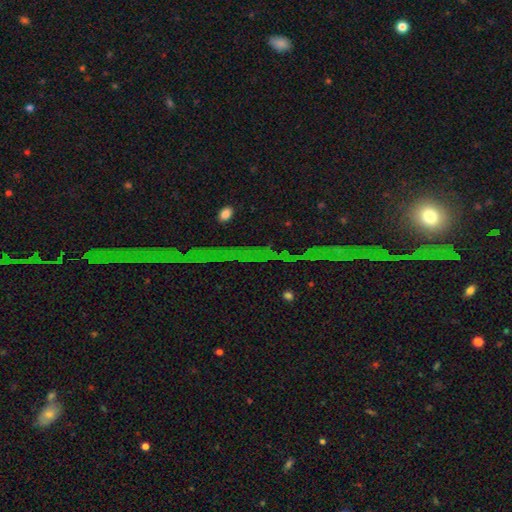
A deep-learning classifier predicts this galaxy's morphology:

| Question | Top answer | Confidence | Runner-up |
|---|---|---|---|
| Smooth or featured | star or artifact | 78% | featured or disk (13%) |